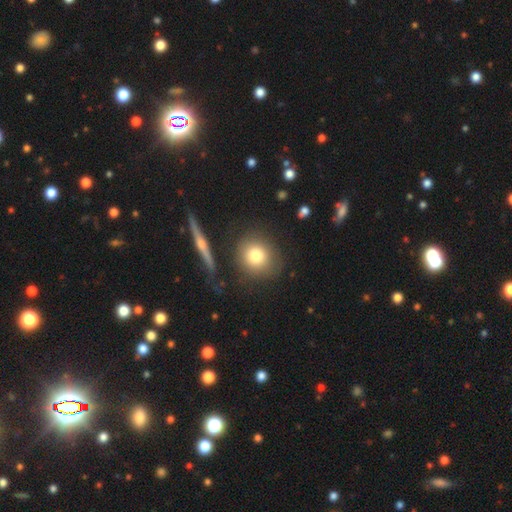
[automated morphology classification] smooth-or-featured: smooth: 78% | featured or disk: 13% | star or artifact: 9%
  how-rounded: round: 83% | in between: 16% | cigar-shaped: 2%
  merging: none: 79% | minor disturbance: 12% | major disturbance: 5% | merger: 4%